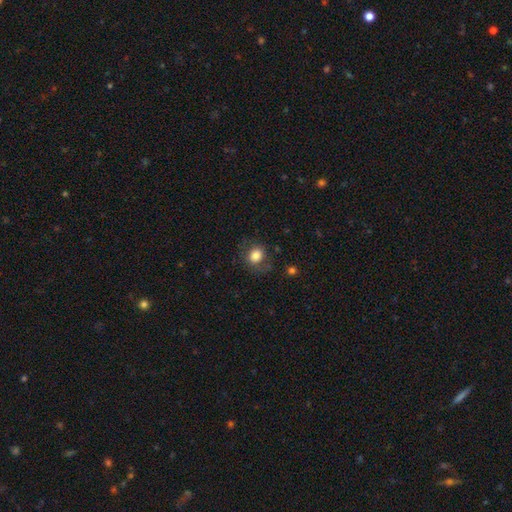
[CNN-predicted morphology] The model was most divided on "how rounded": round: 65%, in between: 34%, cigar-shaped: 1%. More confident: smooth or featured — smooth (80%); merging — none (70%).